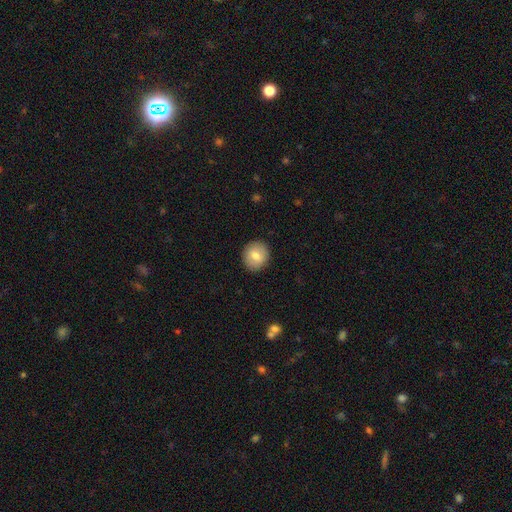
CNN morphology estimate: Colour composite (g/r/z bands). It shows a smooth galaxy with no disk features (76%) that is round (79%). Merging: none (90%).